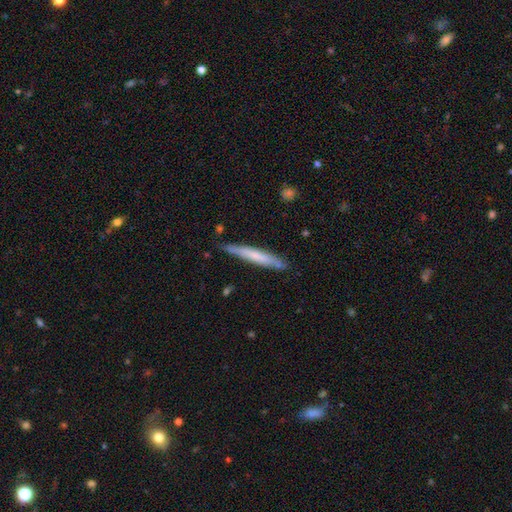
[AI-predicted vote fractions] A smooth galaxy with no disk features (56%) that is cigar-shaped (95%).

Vote fractions:
- Smooth or featured? smooth: 56% / featured or disk: 38% / star or artifact: 5%
- How rounded? cigar-shaped: 95% / in between: 4% / round: 1%
- Merging? none: 82% / minor disturbance: 14% / major disturbance: 2% / merger: 2%